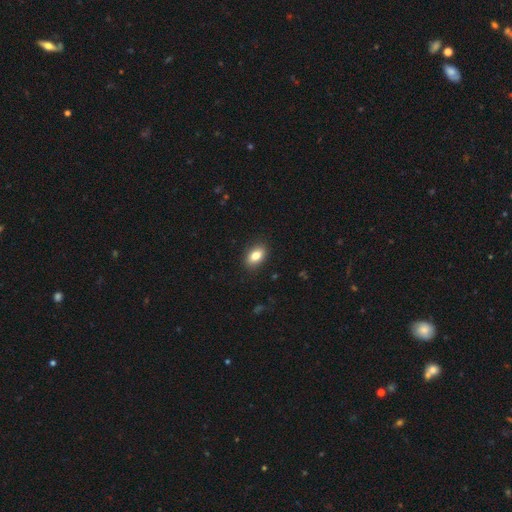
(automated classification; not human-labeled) Smooth or featured?
  - smooth: 83% *
  - featured or disk: 9%
  - star or artifact: 8%
How rounded?
  - in between: 86% *
  - round: 12%
  - cigar-shaped: 2%
Merging?
  - none: 89% *
  - minor disturbance: 8%
  - major disturbance: 2%
  - merger: 1%